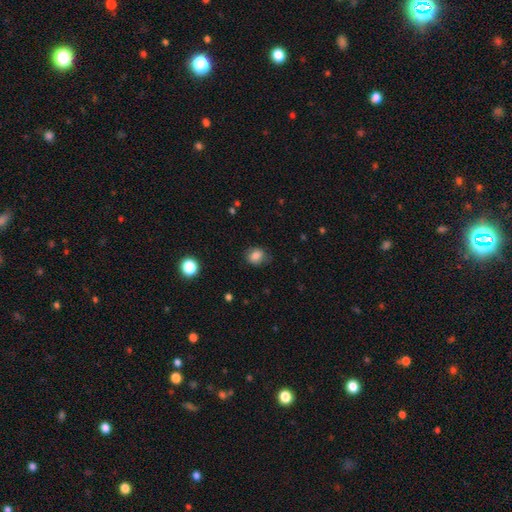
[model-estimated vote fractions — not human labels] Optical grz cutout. It shows a smooth galaxy with no disk features (80%) that is round (55%). Merging: none (72%).